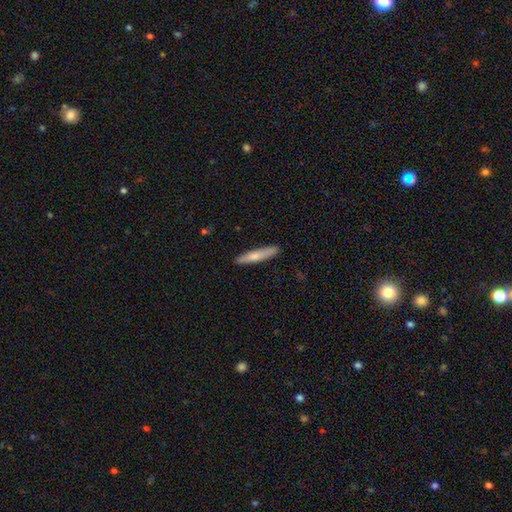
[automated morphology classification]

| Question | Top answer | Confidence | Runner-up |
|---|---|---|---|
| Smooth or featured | smooth | 68% | featured or disk (27%) |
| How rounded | cigar-shaped | 92% | in between (7%) |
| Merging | none | 89% | minor disturbance (8%) |